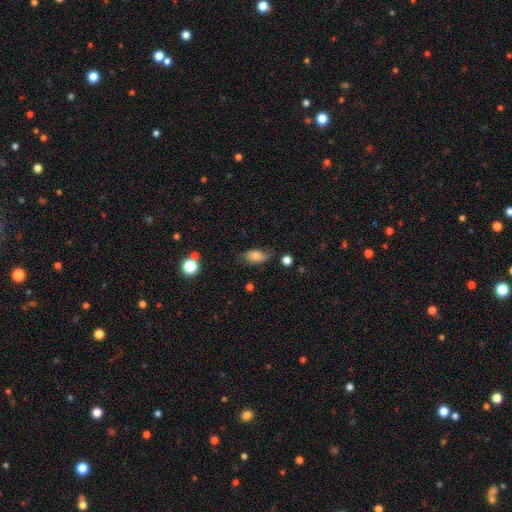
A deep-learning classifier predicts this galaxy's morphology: Smooth or featured? smooth (72%)
How rounded? in between (89%)
Merging? none (65%)